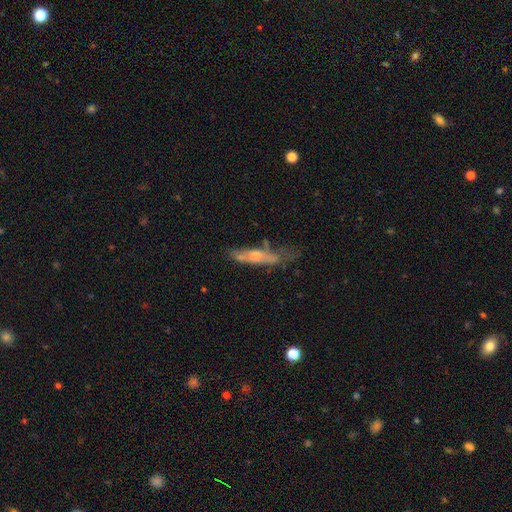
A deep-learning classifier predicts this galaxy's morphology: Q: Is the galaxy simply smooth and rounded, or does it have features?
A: featured or disk — 52%.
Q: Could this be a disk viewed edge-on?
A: yes — 57%.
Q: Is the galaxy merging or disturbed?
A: none — 42%.